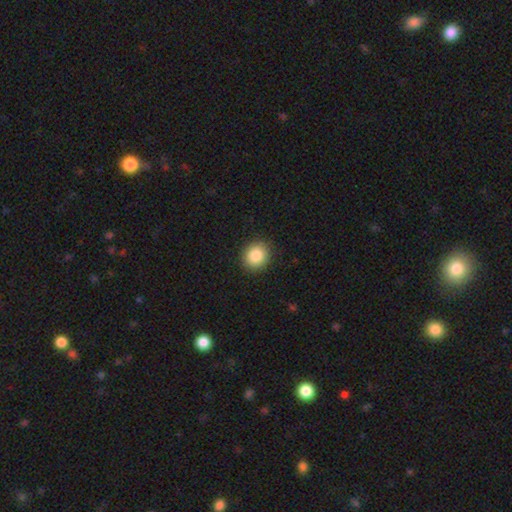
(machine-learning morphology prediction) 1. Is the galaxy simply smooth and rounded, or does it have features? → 86% smooth, 9% star or artifact, 5% featured or disk.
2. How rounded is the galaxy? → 81% round, 18% in between, 1% cigar-shaped.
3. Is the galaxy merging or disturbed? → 92% none, 6% minor disturbance, 2% major disturbance, 1% merger.